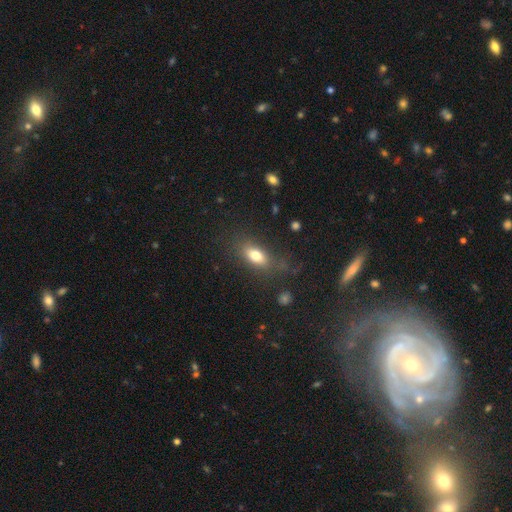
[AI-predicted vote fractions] Smooth or featured?
  - smooth: 76% *
  - featured or disk: 14%
  - star or artifact: 10%
How rounded?
  - in between: 80% *
  - cigar-shaped: 12%
  - round: 9%
Merging?
  - none: 75% *
  - minor disturbance: 15%
  - major disturbance: 8%
  - merger: 2%